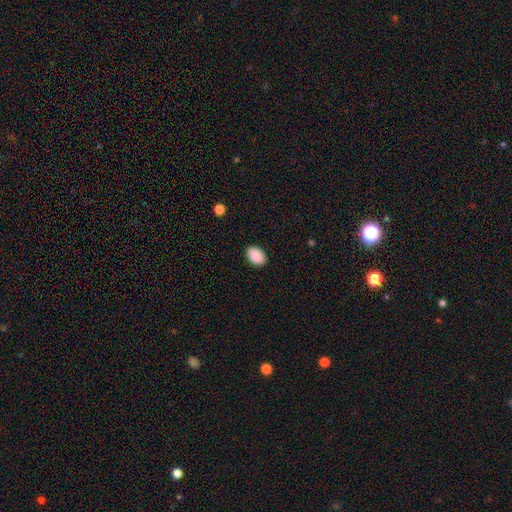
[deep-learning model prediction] smooth 90%, star or artifact 7%, featured or disk 3%. Down the decision tree: how rounded — in between (85%); merging — none (89%).